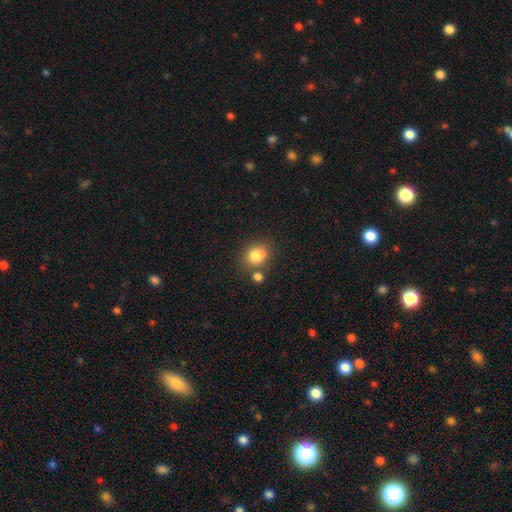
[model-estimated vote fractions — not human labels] A smooth galaxy with no disk features (76%) that is round (67%).

Vote fractions:
- Smooth or featured? smooth: 76% / star or artifact: 12% / featured or disk: 12%
- How rounded? round: 67% / in between: 32% / cigar-shaped: 1%
- Merging? none: 53% / merger: 29% / minor disturbance: 14% / major disturbance: 5%